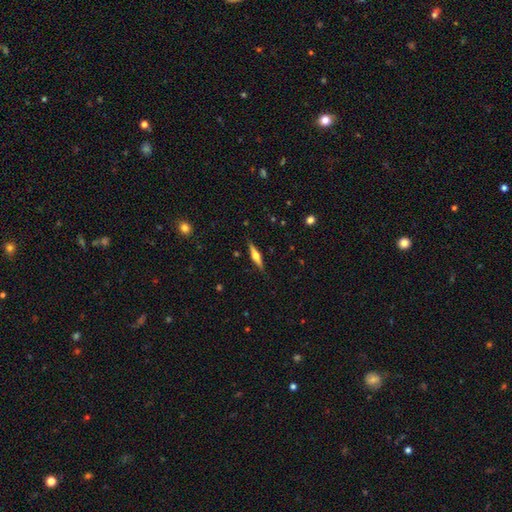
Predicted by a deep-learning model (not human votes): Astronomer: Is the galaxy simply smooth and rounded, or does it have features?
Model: featured or disk — 64%.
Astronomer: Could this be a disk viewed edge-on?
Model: yes — 97%.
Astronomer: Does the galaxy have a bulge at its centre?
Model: rounded — 92%.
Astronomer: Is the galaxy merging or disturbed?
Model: none — 89%.